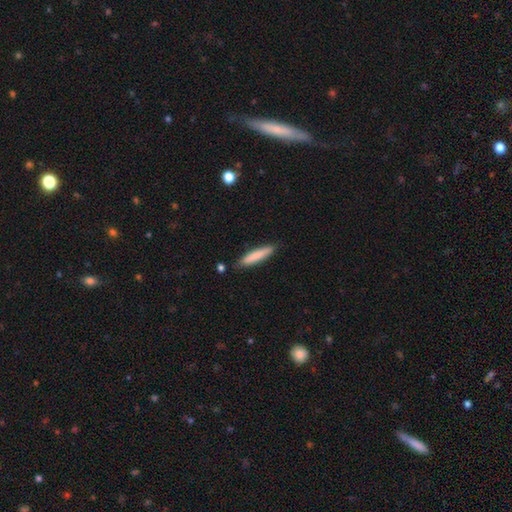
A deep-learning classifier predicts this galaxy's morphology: Smooth or featured: smooth — 80% (featured or disk — 14%)
How rounded: cigar-shaped — 87% (in between — 12%)
Merging: none — 83% (minor disturbance — 12%)